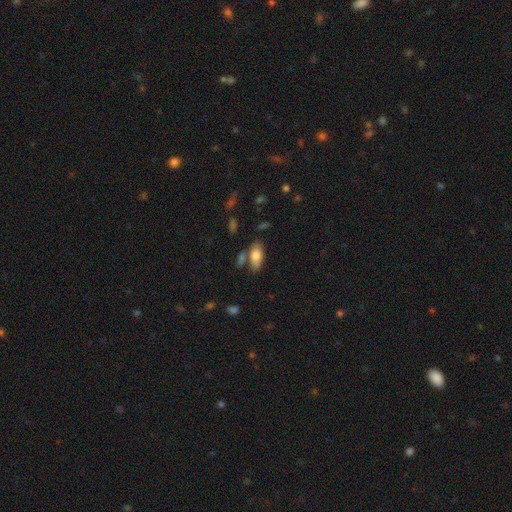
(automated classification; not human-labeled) Morphology: type=smooth (78%); roundness=in between (88%); merging=none (67%).